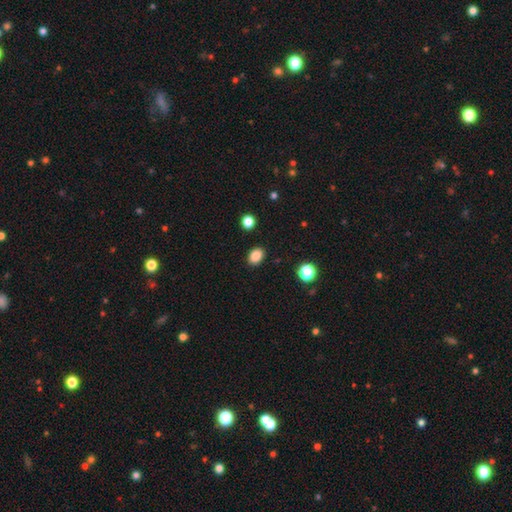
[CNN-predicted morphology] The model was most divided on "how rounded": in between: 68%, round: 31%, cigar-shaped: 1%. More confident: merging — none (88%); smooth or featured — smooth (86%).